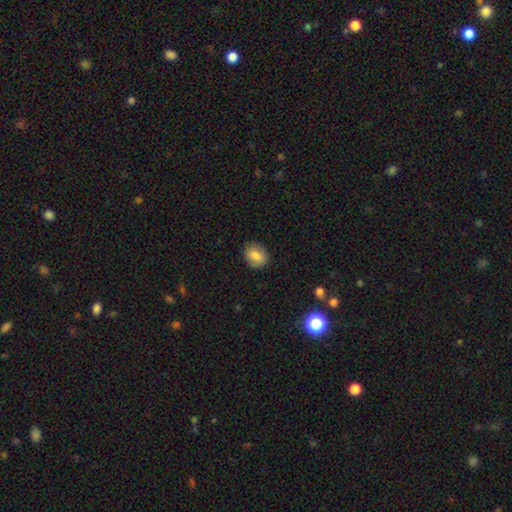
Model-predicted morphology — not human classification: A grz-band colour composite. It shows a smooth galaxy with no disk features (83%) that is in between round and cigar-shaped (52%). Merging: none (85%).